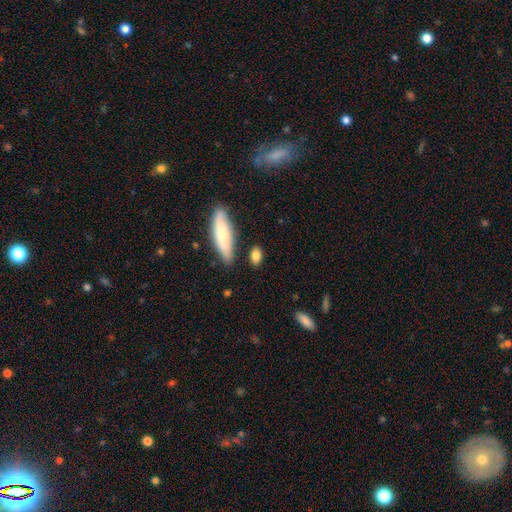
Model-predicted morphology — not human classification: Q: Smooth or featured?
A: smooth (81%); runner-up: featured or disk (12%)
Q: How rounded?
A: in between (73%); runner-up: cigar-shaped (18%)
Q: Merging?
A: none (78%); runner-up: minor disturbance (13%)